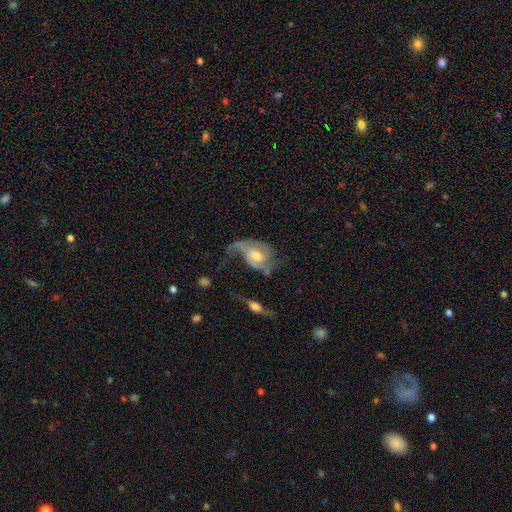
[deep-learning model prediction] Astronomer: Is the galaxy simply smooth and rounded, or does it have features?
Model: featured or disk — 81%.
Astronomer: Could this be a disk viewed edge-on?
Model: no — 96%.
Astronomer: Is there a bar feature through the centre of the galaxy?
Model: no — 53% (runner-up: weak, 37%).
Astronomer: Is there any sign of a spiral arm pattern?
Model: yes — 92%.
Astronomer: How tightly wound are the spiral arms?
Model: loose — 45% (runner-up: medium, 38%).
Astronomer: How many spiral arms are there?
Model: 2 — 56%.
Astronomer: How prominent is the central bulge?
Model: moderate — 63%.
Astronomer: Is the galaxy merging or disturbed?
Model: major disturbance — 39% (runner-up: none, 34%).